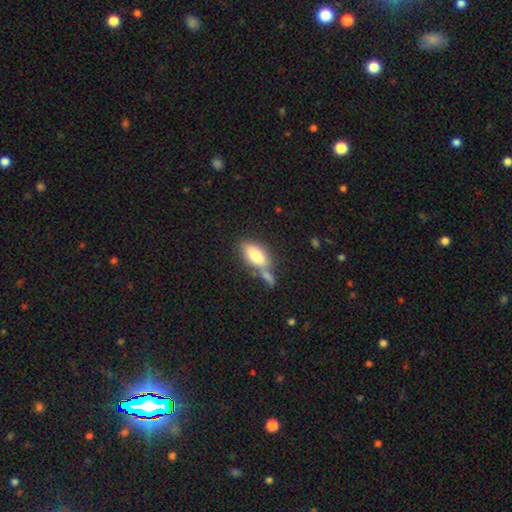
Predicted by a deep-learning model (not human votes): This is likely a smooth galaxy (78%). How rounded: clearly in between (86%). Merging: marginally none (41%).